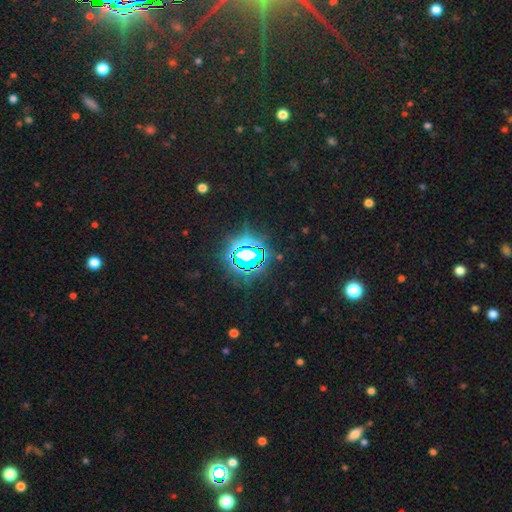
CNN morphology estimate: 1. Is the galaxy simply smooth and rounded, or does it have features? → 82% star or artifact, 11% smooth, 7% featured or disk.